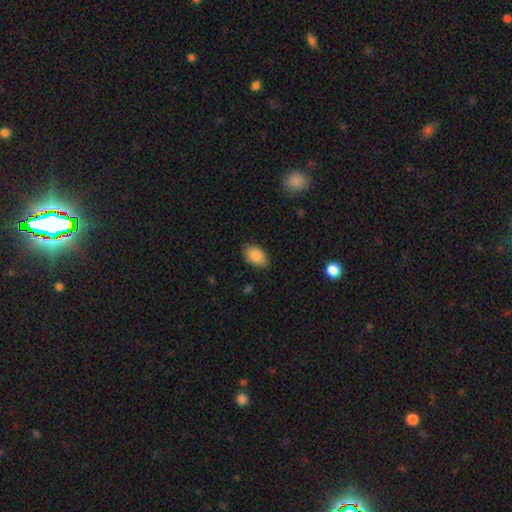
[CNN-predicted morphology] The model was most divided on "merging": none: 84%, minor disturbance: 12%, major disturbance: 2%, merger: 1%. More confident: smooth or featured — smooth (87%); how rounded — in between (86%).